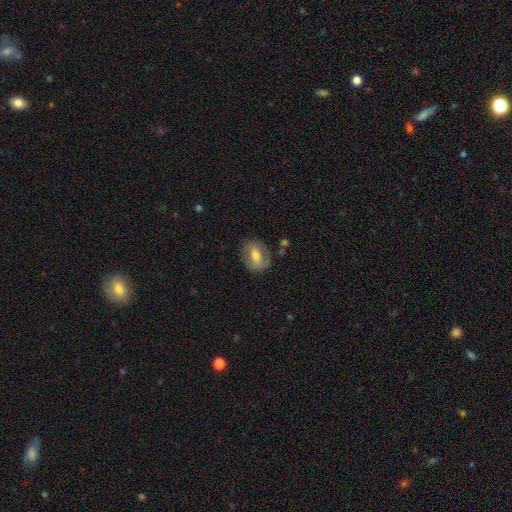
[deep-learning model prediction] smooth_or_featured: featured or disk (p=0.47) [alt: smooth p=0.46]
merging: none (p=0.72) [alt: minor disturbance p=0.18]